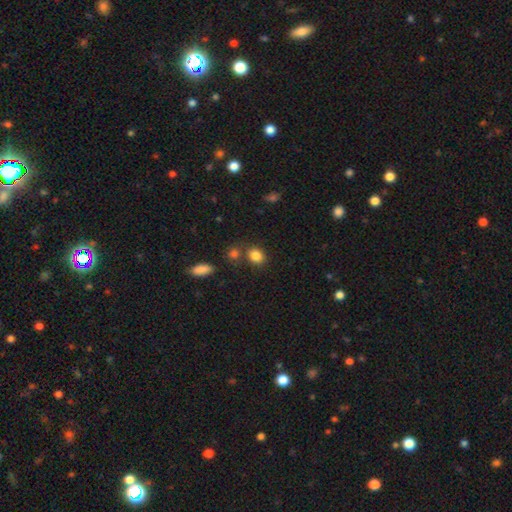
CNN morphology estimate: This is clearly a smooth galaxy (84%). How rounded: possibly round (51%). Merging: likely none (69%).